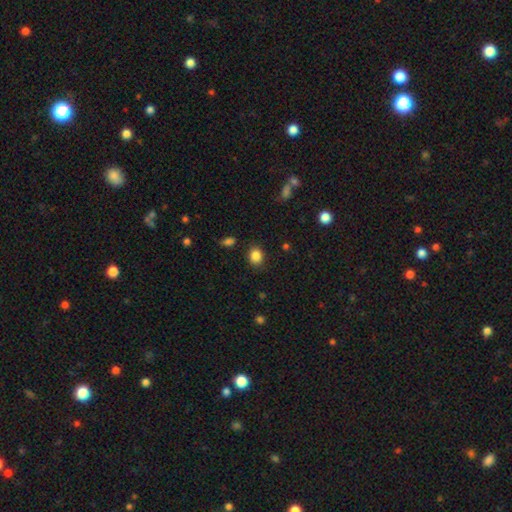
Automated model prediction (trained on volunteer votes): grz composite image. It shows a smooth galaxy with no disk features (86%) that is round (60%). Merging: none (85%).